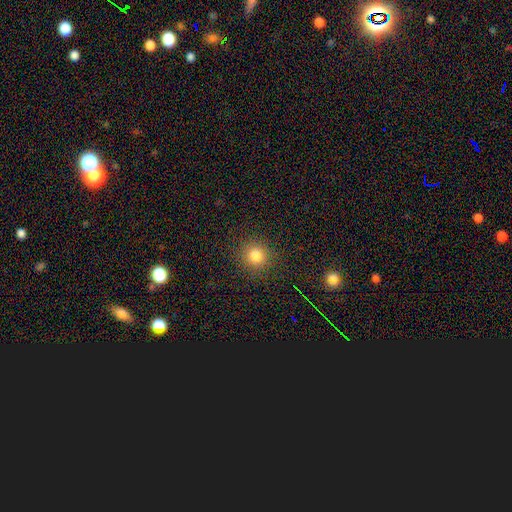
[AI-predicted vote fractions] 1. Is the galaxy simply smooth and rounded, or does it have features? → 81% smooth, 14% star or artifact, 5% featured or disk.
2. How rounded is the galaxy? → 93% round, 7% in between, 1% cigar-shaped.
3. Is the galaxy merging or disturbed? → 90% none, 6% minor disturbance, 2% major disturbance, 1% merger.